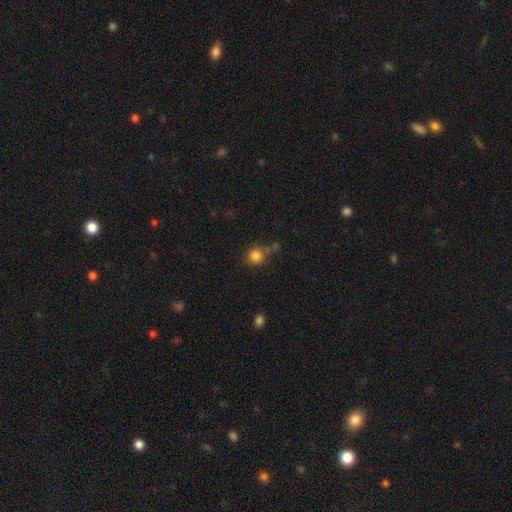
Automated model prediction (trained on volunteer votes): smooth_or_featured: smooth (p=0.83) [alt: star or artifact p=0.11]
how_rounded: round (p=0.91) [alt: in between p=0.08]
merging: none (p=0.64) [alt: minor disturbance p=0.15]